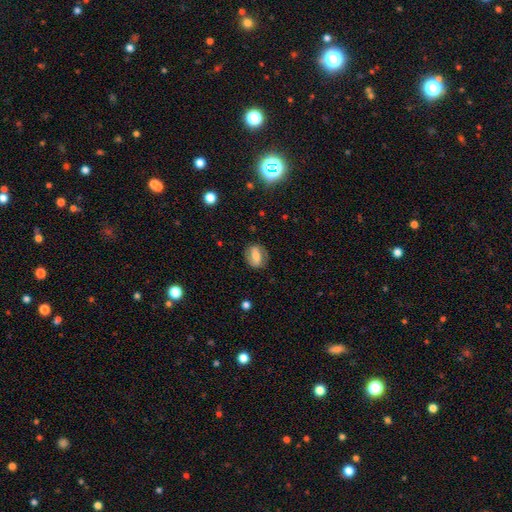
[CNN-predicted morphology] Smooth or featured? Predicted: smooth (p=0.52). How rounded? Predicted: in between (p=0.60). Merging? Predicted: none (p=0.80).